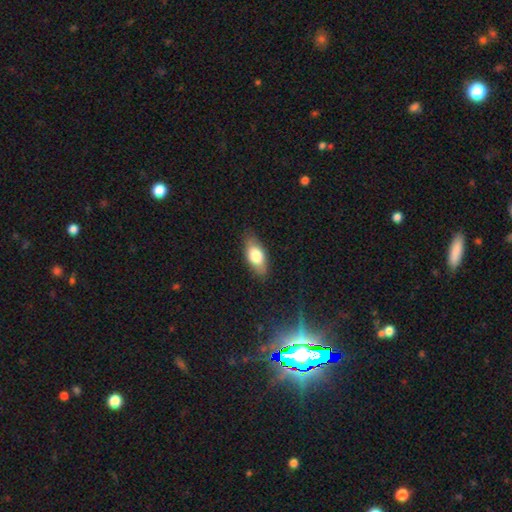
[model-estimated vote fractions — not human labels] The model was most divided on "smooth or featured": smooth: 75%, featured or disk: 18%, star or artifact: 7%. More confident: how rounded — in between (84%); merging — none (83%).